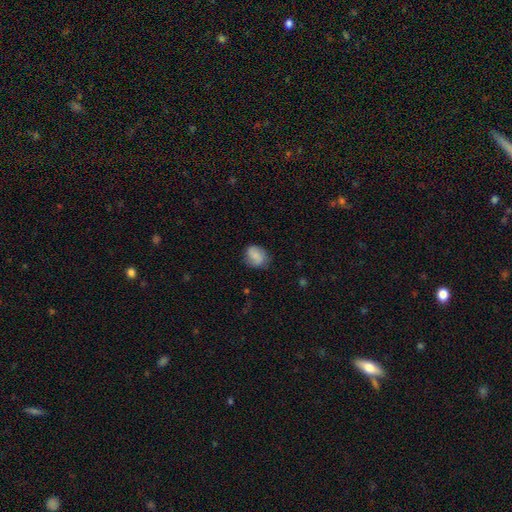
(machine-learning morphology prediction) A smooth galaxy with no disk features (75%) that is in between round and cigar-shaped (54%).

Vote fractions:
- Smooth or featured? smooth: 75% / featured or disk: 17% / star or artifact: 8%
- How rounded? in between: 54% / round: 45% / cigar-shaped: 1%
- Merging? none: 70% / minor disturbance: 22% / major disturbance: 6% / merger: 1%